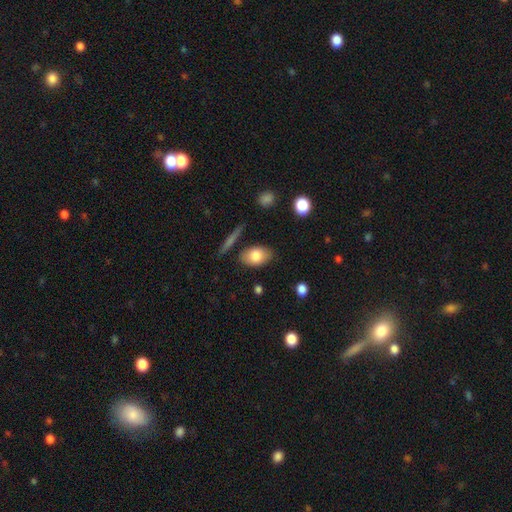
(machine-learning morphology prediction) smooth 79%, featured or disk 14%, star or artifact 7%. Down the decision tree: how rounded — in between (89%); merging — none (79%).